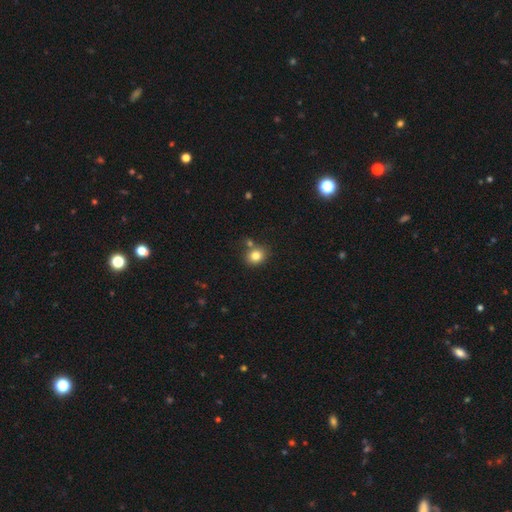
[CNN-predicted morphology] smooth_or_featured: smooth (p=0.81) [alt: star or artifact p=0.11]
how_rounded: round (p=0.67) [alt: in between p=0.32]
merging: none (p=0.72) [alt: merger p=0.14]